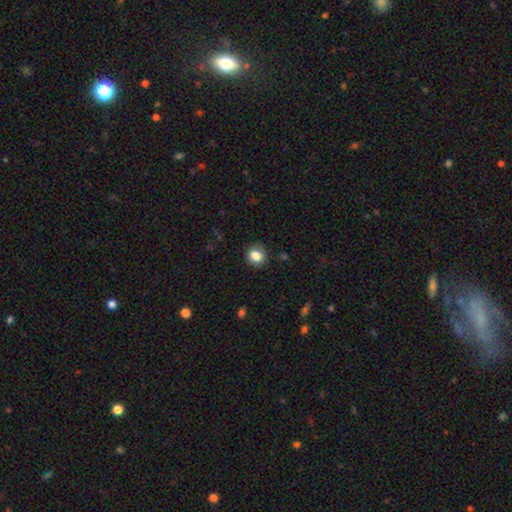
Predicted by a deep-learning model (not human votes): A smooth galaxy with no disk features (85%) that is round (78%).

Vote fractions:
- Smooth or featured? smooth: 85% / star or artifact: 10% / featured or disk: 5%
- How rounded? round: 78% / in between: 21% / cigar-shaped: 1%
- Merging? none: 85% / minor disturbance: 11% / major disturbance: 3% / merger: 1%